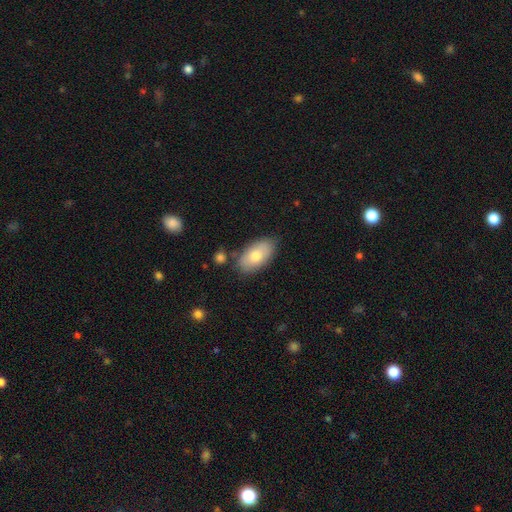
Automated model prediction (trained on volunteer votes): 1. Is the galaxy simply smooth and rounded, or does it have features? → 73% smooth, 20% featured or disk, 7% star or artifact.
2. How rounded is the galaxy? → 93% in between, 5% round, 2% cigar-shaped.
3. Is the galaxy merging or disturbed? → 77% none, 14% minor disturbance, 5% merger, 3% major disturbance.